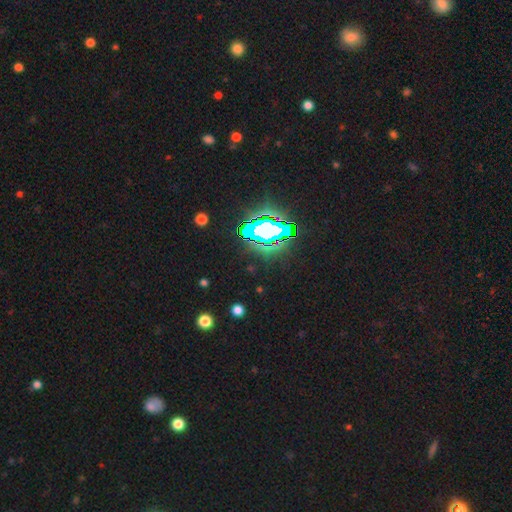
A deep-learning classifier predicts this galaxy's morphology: Smooth or featured?
  - star or artifact: 84% *
  - smooth: 9%
  - featured or disk: 7%